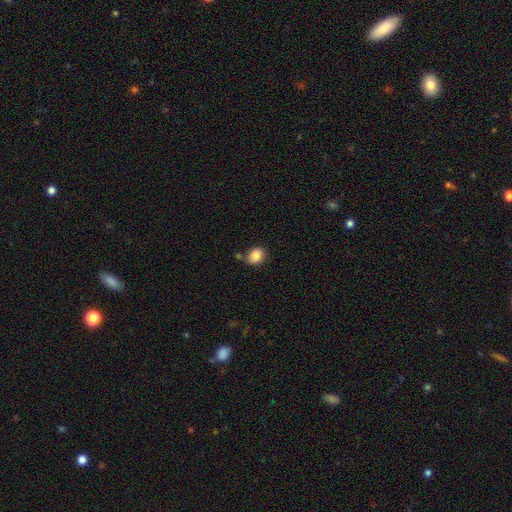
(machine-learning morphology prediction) Smooth or featured: smooth — 87% (star or artifact — 9%)
How rounded: round — 53% (in between — 46%)
Merging: none — 70% (minor disturbance — 18%)